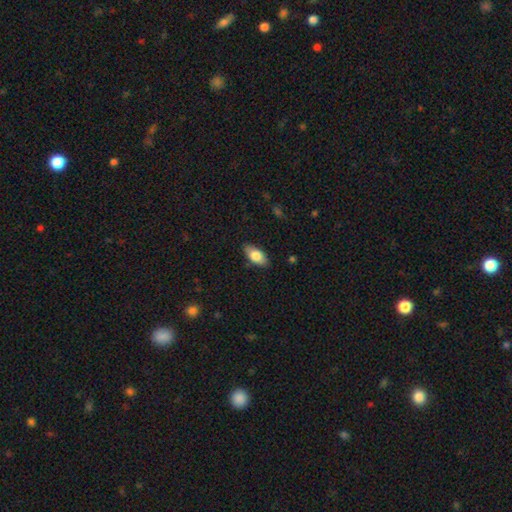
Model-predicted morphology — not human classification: smooth-or-featured: smooth: 81% | featured or disk: 13% | star or artifact: 6%
  how-rounded: in between: 90% | cigar-shaped: 7% | round: 3%
  merging: none: 85% | minor disturbance: 11% | major disturbance: 2% | merger: 1%